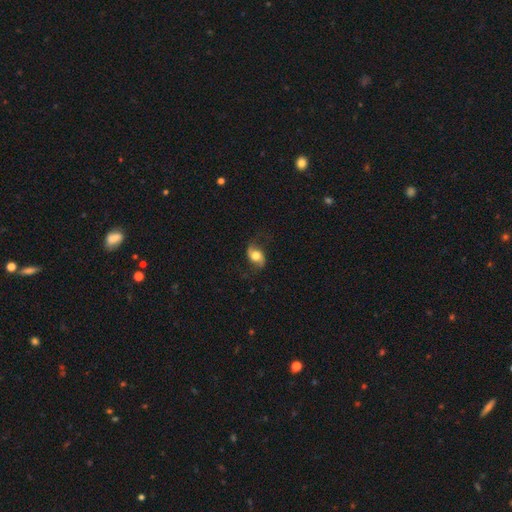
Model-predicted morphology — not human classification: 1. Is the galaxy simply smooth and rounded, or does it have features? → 53% featured or disk, 39% smooth, 8% star or artifact.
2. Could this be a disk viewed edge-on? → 93% no, 7% yes.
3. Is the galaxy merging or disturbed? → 70% none, 19% minor disturbance, 10% major disturbance, 1% merger.